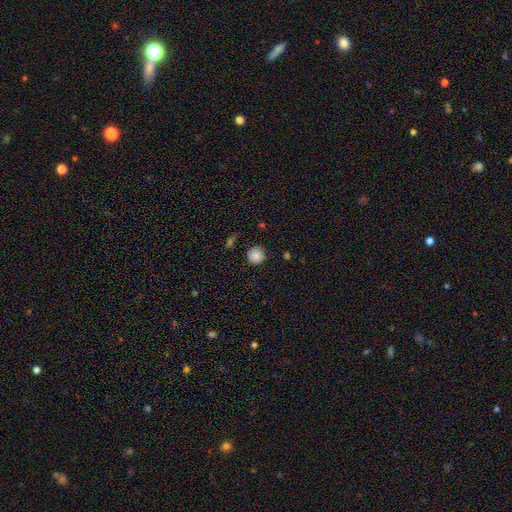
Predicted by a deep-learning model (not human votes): A smooth galaxy with no disk features (84%) that is round (95%). Merging: none (87%).